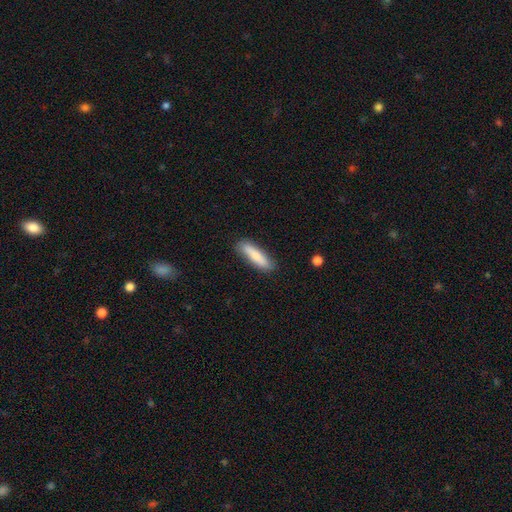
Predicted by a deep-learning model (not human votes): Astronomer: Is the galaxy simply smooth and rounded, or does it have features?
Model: smooth — 81%.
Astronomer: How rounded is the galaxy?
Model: cigar-shaped — 73%.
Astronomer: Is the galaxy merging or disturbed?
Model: none — 84%.